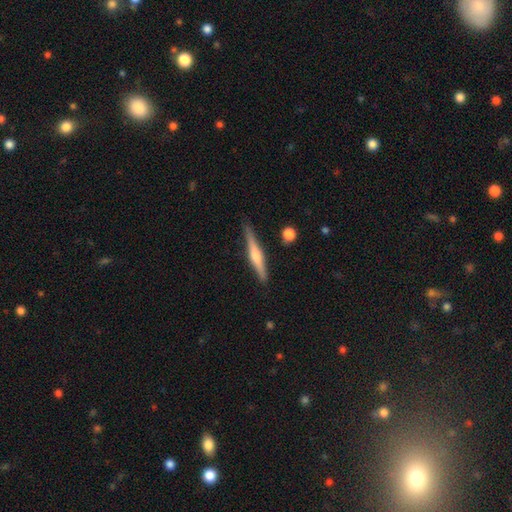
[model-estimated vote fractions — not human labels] This appears to be a featured or disk galaxy (67%) viewed edge-on (98%) with a rounded central bulge (82%). Merging: none (88%).